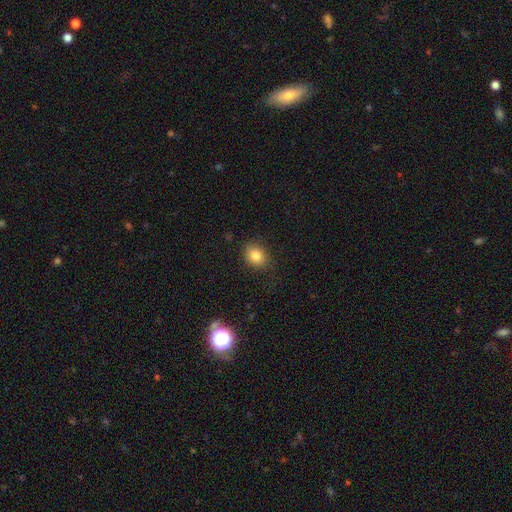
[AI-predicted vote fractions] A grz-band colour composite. It shows a smooth galaxy with no disk features (82%) that is in between round and cigar-shaped (52%). Merging: none (82%).